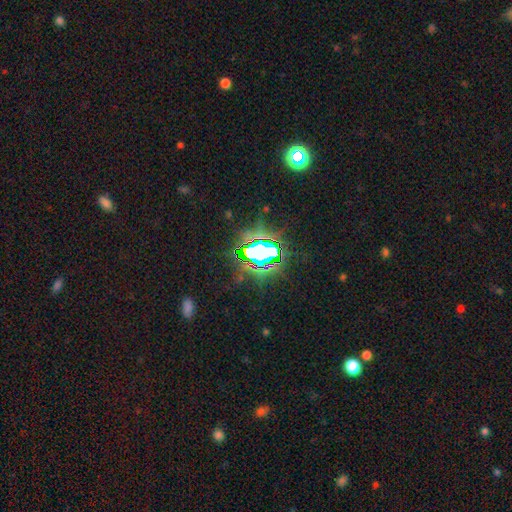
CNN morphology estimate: This appears to be a star or artifact, not a galaxy (75%).